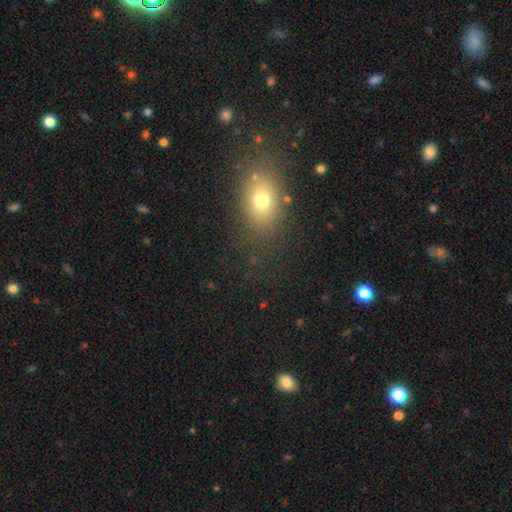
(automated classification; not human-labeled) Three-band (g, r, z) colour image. It shows a smooth galaxy with no disk features (64%) that is in between round and cigar-shaped (70%). Merging: none (82%).